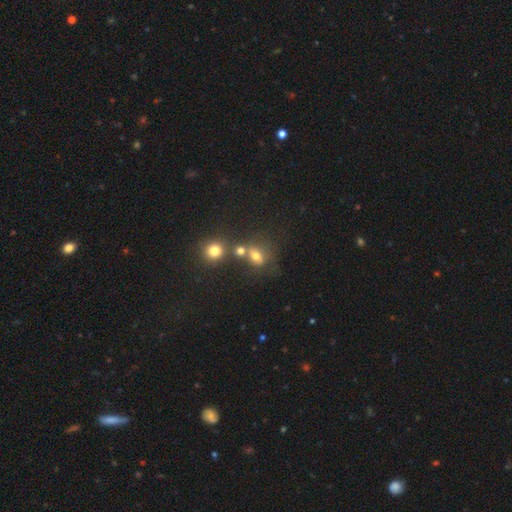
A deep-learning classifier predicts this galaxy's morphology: This is likely a smooth galaxy (66%). How rounded: possibly in between (54%). Merging: marginally none (42%).